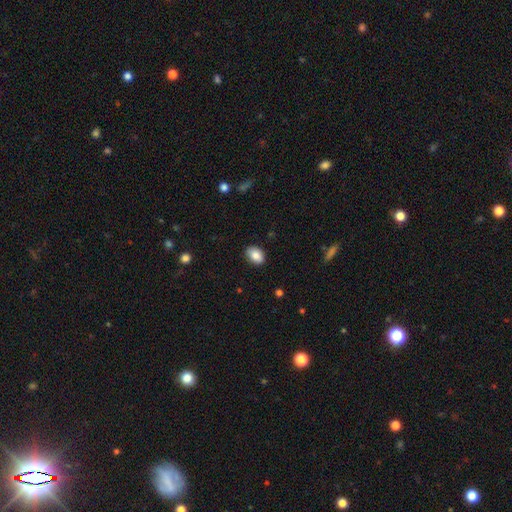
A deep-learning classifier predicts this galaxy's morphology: This is clearly a smooth galaxy (87%). How rounded: clearly in between (80%). Merging: clearly none (87%).